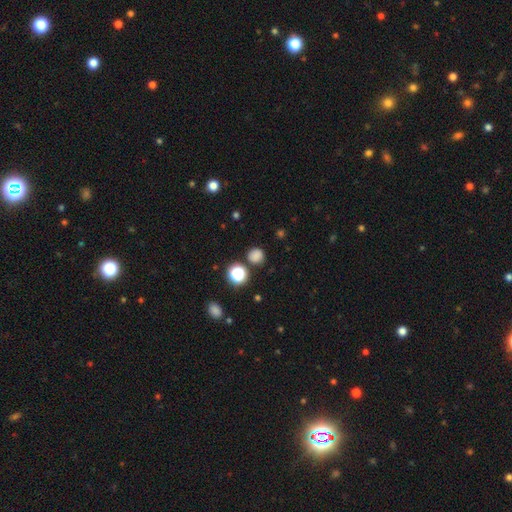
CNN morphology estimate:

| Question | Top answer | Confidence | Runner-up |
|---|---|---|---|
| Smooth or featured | smooth | 78% | star or artifact (18%) |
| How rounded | round | 90% | in between (9%) |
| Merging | none | 84% | minor disturbance (8%) |